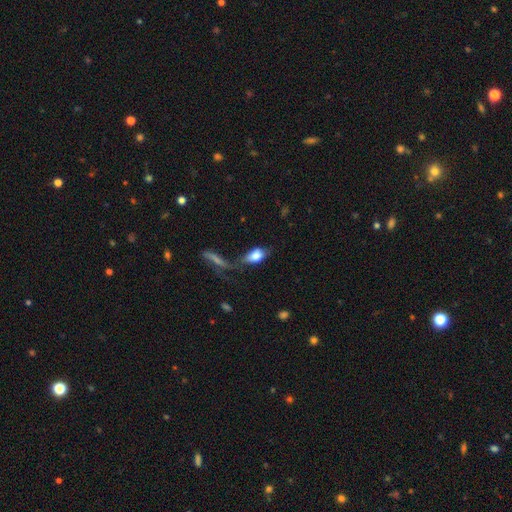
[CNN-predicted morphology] Smooth or featured: smooth — 73% (featured or disk — 18%)
How rounded: in between — 85% (cigar-shaped — 8%)
Merging: none — 31% (merger — 29%)